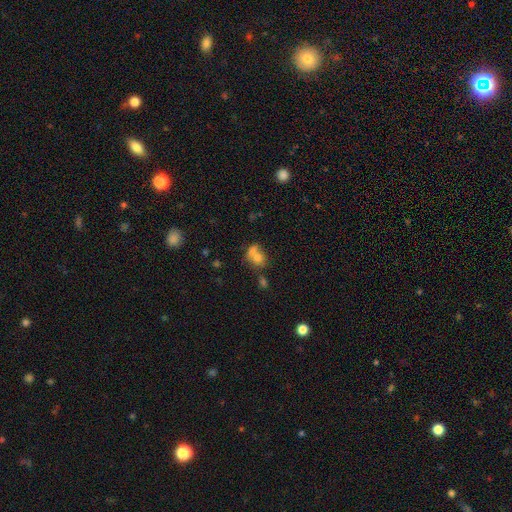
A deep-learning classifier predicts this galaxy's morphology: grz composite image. It shows a smooth galaxy with no disk features (71%) that is round (58%). Merging: merger (60%).